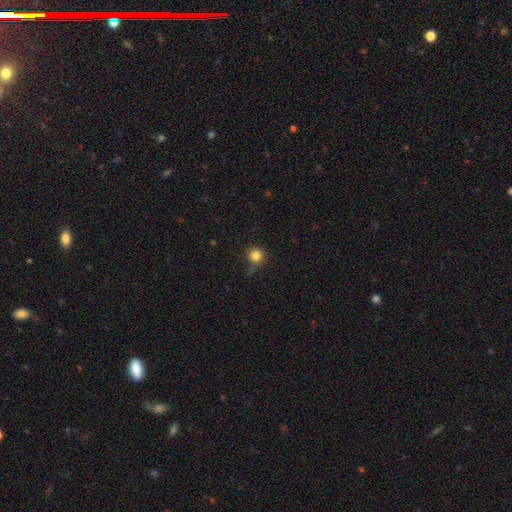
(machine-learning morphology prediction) smooth_or_featured: smooth (p=0.82) [alt: star or artifact p=0.12]
how_rounded: round (p=0.93) [alt: in between p=0.06]
merging: none (p=0.72) [alt: minor disturbance p=0.18]